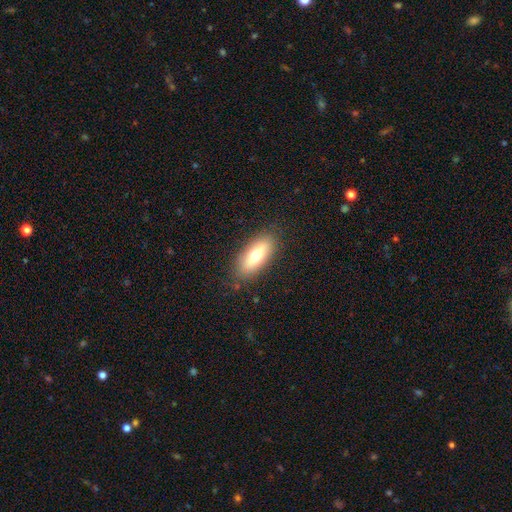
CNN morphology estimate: Overall: smooth (73%). How rounded: in between (75%). Merging: none (85%).